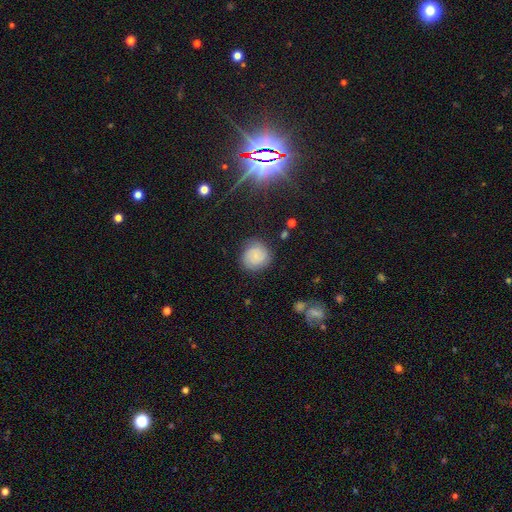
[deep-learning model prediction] Overall: smooth (59%; featured or disk 30%). How rounded: round (84%). Merging: none (79%).